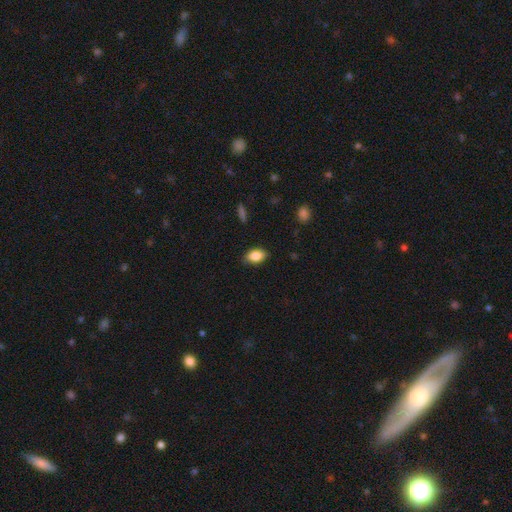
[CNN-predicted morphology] A smooth galaxy with no disk features (85%) that is in between round and cigar-shaped (88%).

Vote fractions:
- Smooth or featured? smooth: 85% / featured or disk: 8% / star or artifact: 8%
- How rounded? in between: 88% / round: 9% / cigar-shaped: 3%
- Merging? none: 81% / minor disturbance: 15% / major disturbance: 3% / merger: 1%